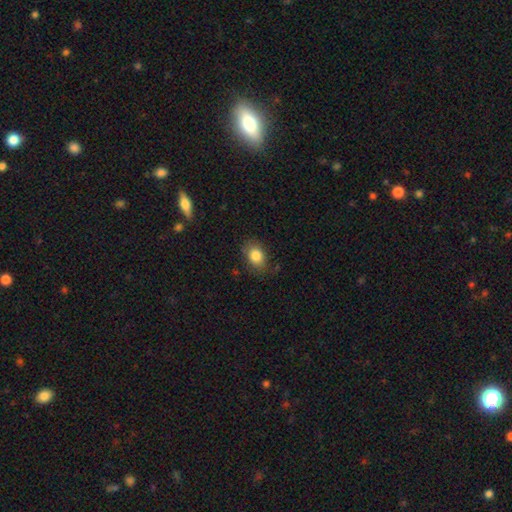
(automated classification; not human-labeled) Smooth or featured? Predicted: smooth (p=0.84). How rounded? Predicted: in between (p=0.74). Merging? Predicted: none (p=0.78).